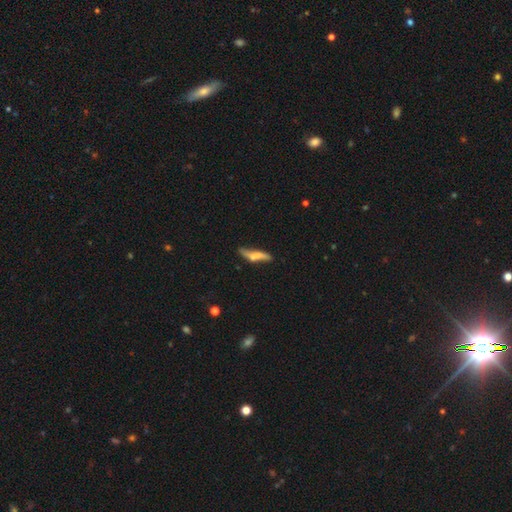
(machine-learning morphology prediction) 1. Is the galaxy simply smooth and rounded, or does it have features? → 47% smooth, 45% featured or disk, 7% star or artifact.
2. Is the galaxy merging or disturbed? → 56% none, 26% minor disturbance, 11% major disturbance, 7% merger.